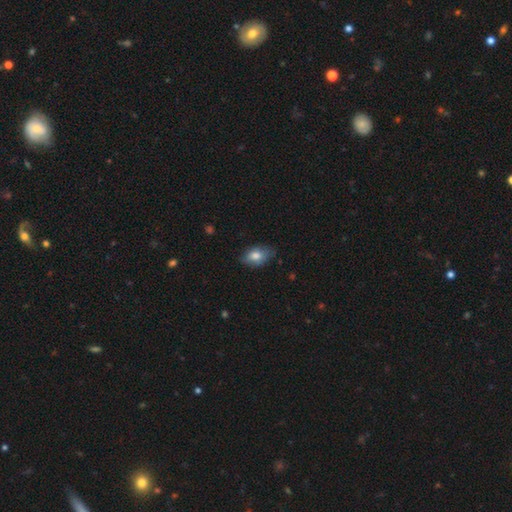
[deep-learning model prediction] Overall: smooth (75%). How rounded: in between (87%). Merging: none (65%; minor disturbance 28%).